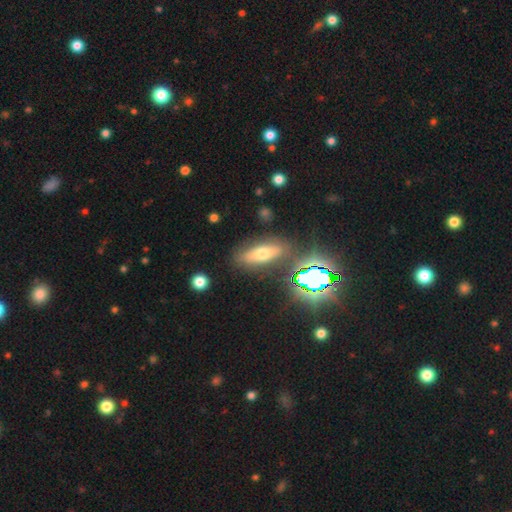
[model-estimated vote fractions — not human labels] This is marginally a smooth galaxy (45%). Merging: clearly none (81%).